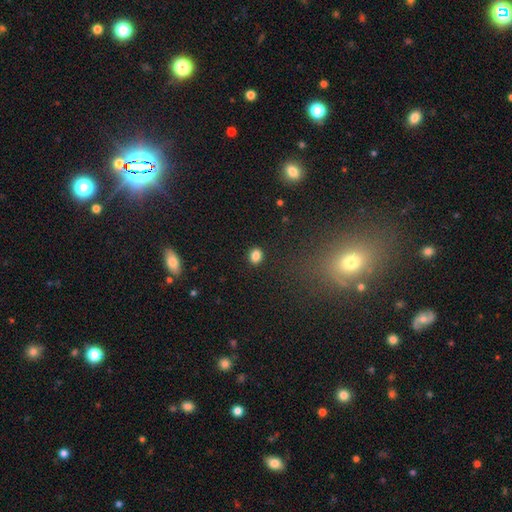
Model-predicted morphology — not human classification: A smooth galaxy with no disk features (84%) that is round (60%). Merging: none (90%).